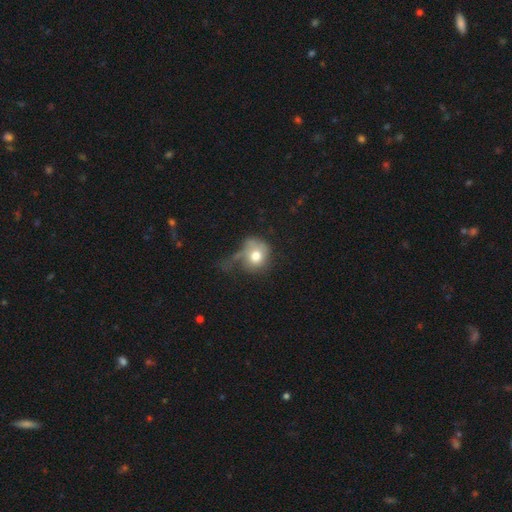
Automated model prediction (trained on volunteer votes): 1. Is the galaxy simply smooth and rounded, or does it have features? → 69% smooth, 22% featured or disk, 8% star or artifact.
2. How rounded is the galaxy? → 74% round, 25% in between, 1% cigar-shaped.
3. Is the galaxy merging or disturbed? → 43% major disturbance, 25% minor disturbance, 25% none, 8% merger.